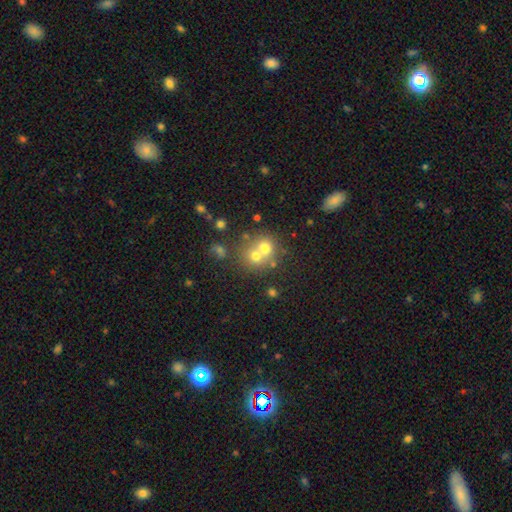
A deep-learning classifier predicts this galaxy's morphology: A smooth galaxy with no disk features (65%) that is round (81%). Merging: merger (55%).